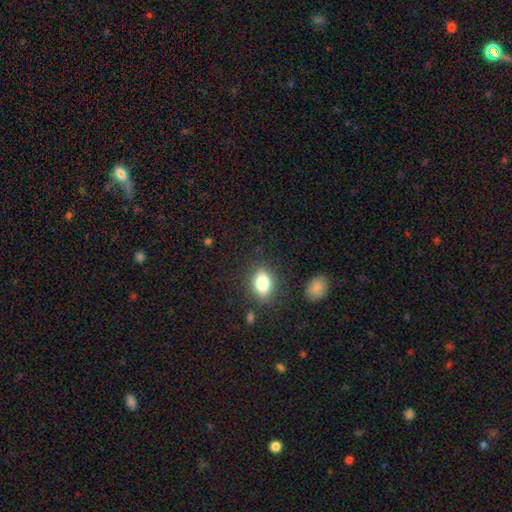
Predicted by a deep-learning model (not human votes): smooth_or_featured: smooth (p=0.71) [alt: star or artifact p=0.22]
how_rounded: round (p=0.50) [alt: in between p=0.48]
merging: none (p=0.87) [alt: minor disturbance p=0.08]